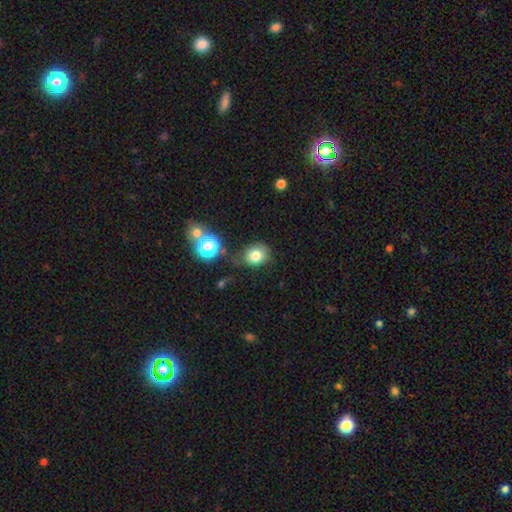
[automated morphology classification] Smooth or featured? Predicted: smooth (p=0.79). How rounded? Predicted: round (p=0.61). Merging? Predicted: none (p=0.67).